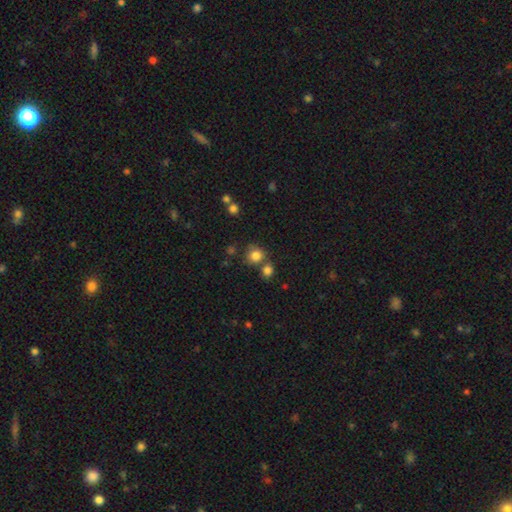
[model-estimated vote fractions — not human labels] smooth 81%, star or artifact 12%, featured or disk 6%. Down the decision tree: how rounded — round (85%); merging — none (61%).